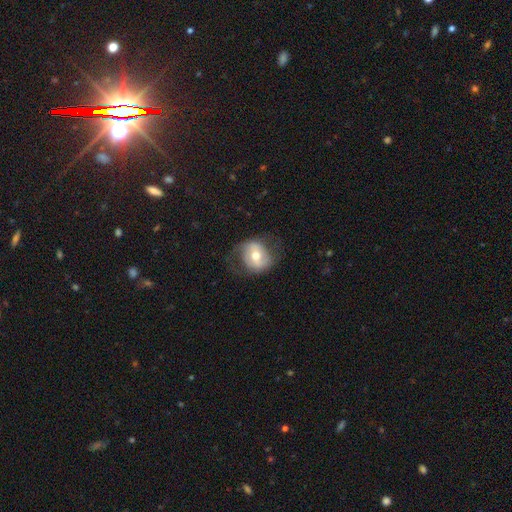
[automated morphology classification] Smooth or featured: featured or disk — 57% (smooth — 36%)
Edge-on disk: no — 96% (yes — 4%)
Bar: no — 39% (tied with weak — 39%)
Spiral arms: yes — 71% (no — 29%)
Bulge size: moderate — 73% (small — 17%)
Merging: none — 63% (minor disturbance — 21%)